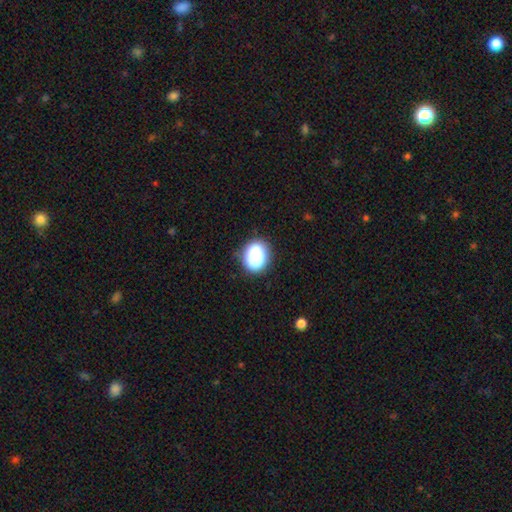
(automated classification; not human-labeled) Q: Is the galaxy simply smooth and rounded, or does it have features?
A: smooth — 85%.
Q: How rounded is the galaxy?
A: in between — 52%.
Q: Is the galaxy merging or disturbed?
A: none — 79%.